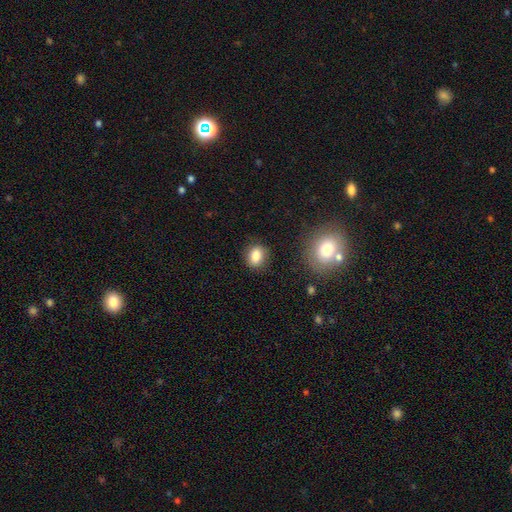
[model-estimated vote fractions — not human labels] smooth_or_featured: smooth (p=0.83) [alt: star or artifact p=0.10]
how_rounded: in between (p=0.50) [alt: round p=0.48]
merging: none (p=0.85) [alt: minor disturbance p=0.10]